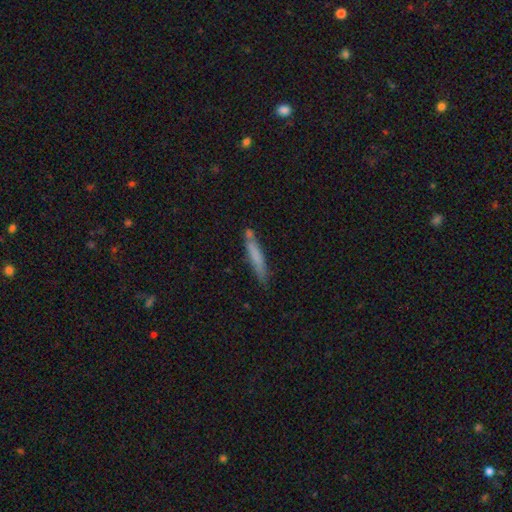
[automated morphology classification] Q: Smooth or featured?
A: smooth (70%); runner-up: featured or disk (23%)
Q: How rounded?
A: cigar-shaped (92%); runner-up: in between (7%)
Q: Merging?
A: none (71%); runner-up: minor disturbance (17%)